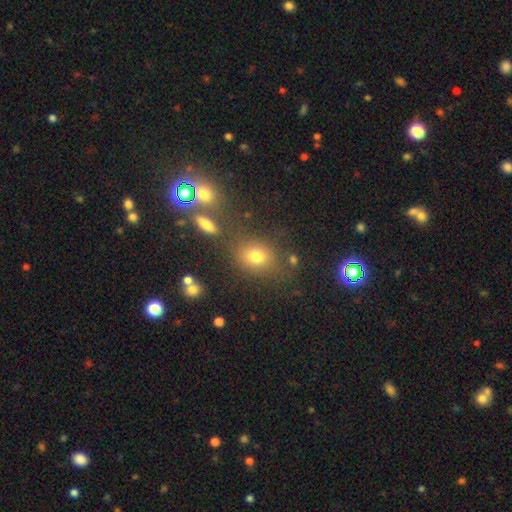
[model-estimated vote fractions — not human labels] The model was most divided on "smooth or featured": smooth: 59%, star or artifact: 32%, featured or disk: 10%. More confident: merging — none (78%); how rounded — round (64%).